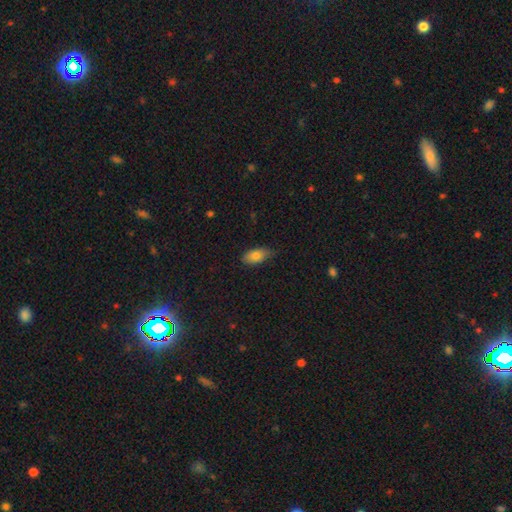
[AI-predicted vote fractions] Q: Smooth or featured?
A: smooth (83%); runner-up: featured or disk (10%)
Q: How rounded?
A: in between (90%); runner-up: cigar-shaped (7%)
Q: Merging?
A: none (67%); runner-up: minor disturbance (28%)